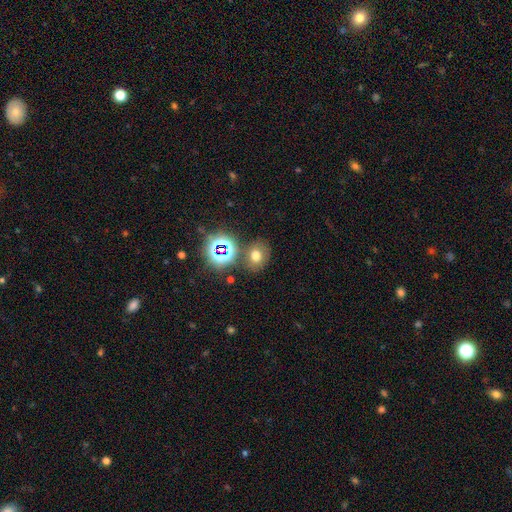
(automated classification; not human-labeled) Q: Smooth or featured?
A: smooth (62%); runner-up: star or artifact (25%)
Q: How rounded?
A: round (52%); runner-up: in between (47%)
Q: Merging?
A: none (74%); runner-up: minor disturbance (12%)